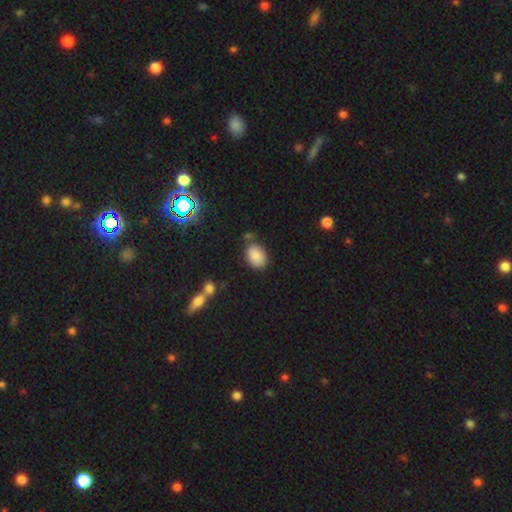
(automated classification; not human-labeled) Smooth or featured? Predicted: smooth (p=0.85). How rounded? Predicted: in between (p=0.81). Merging? Predicted: none (p=0.71).